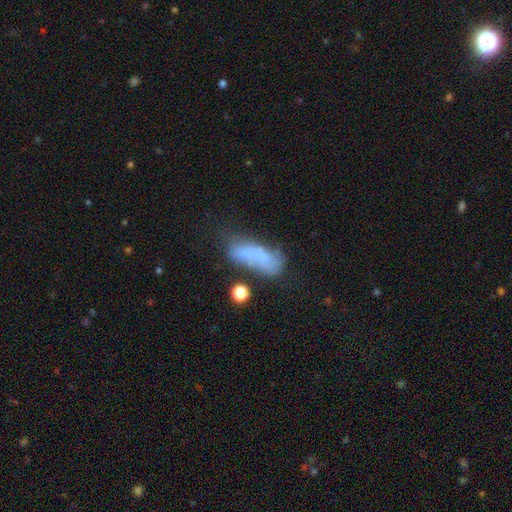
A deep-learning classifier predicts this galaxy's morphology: A smooth galaxy with no disk features (57%) that is in between round and cigar-shaped (70%). Merging: none (33%).